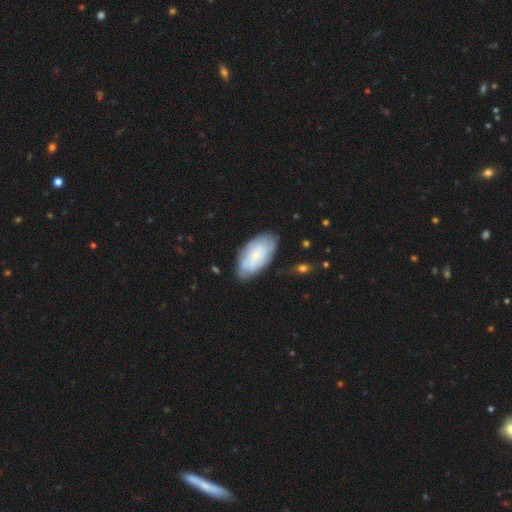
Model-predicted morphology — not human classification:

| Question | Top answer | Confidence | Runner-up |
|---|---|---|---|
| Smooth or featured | smooth | 56% | featured or disk (37%) |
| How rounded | in between | 94% | cigar-shaped (3%) |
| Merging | none | 72% | minor disturbance (20%) |